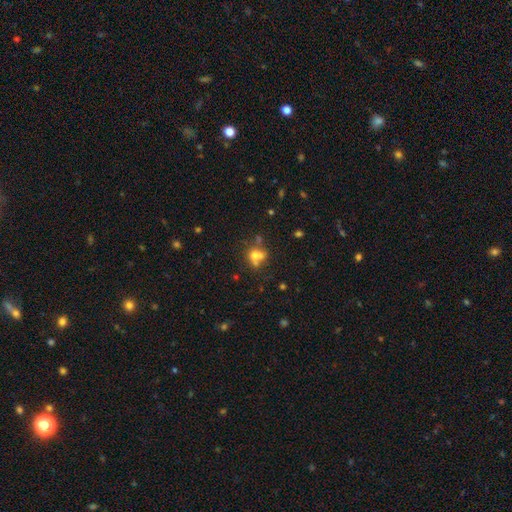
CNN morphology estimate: Smooth or featured? smooth (62%)
How rounded? round (63%)
Merging? merger (40%)